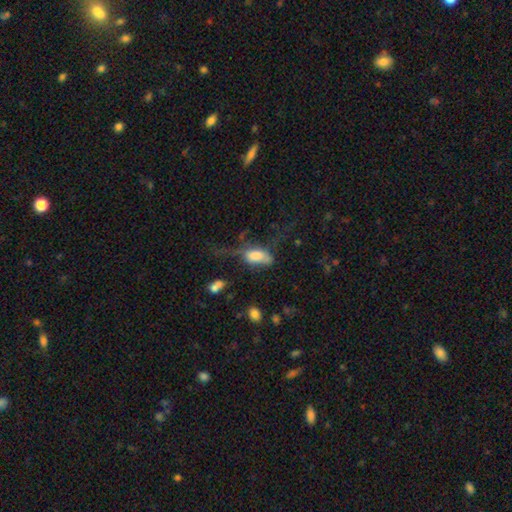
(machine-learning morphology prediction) This appears to be a smooth galaxy with no disk features (69%) that is in between round and cigar-shaped (87%). Merging: major disturbance (49%).